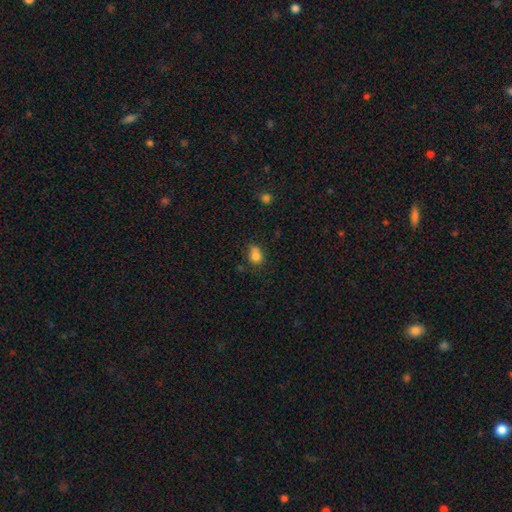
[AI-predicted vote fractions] smooth-or-featured: smooth: 81% | star or artifact: 12% | featured or disk: 8%
  how-rounded: round: 52% | in between: 47% | cigar-shaped: 1%
  merging: none: 55% | minor disturbance: 27% | merger: 11% | major disturbance: 7%